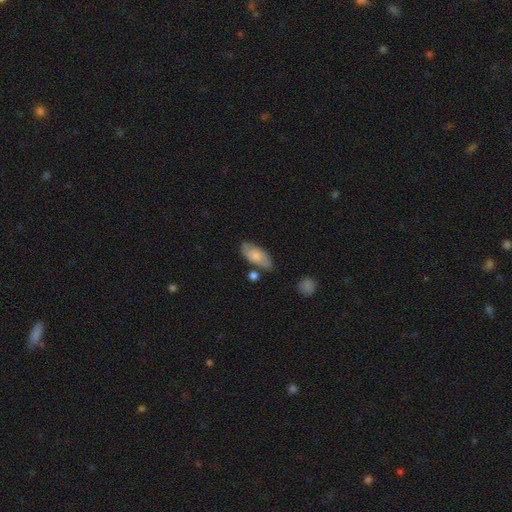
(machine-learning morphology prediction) This is likely a smooth galaxy (74%). How rounded: clearly in between (88%). Merging: likely none (69%).